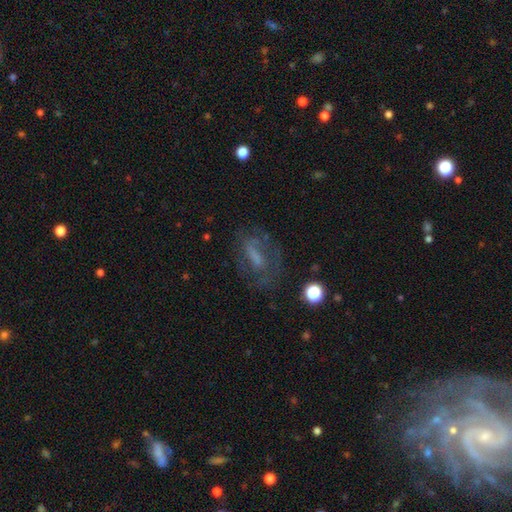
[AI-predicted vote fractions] This appears to be a featured or disk galaxy (50%). Merging: none (57%).